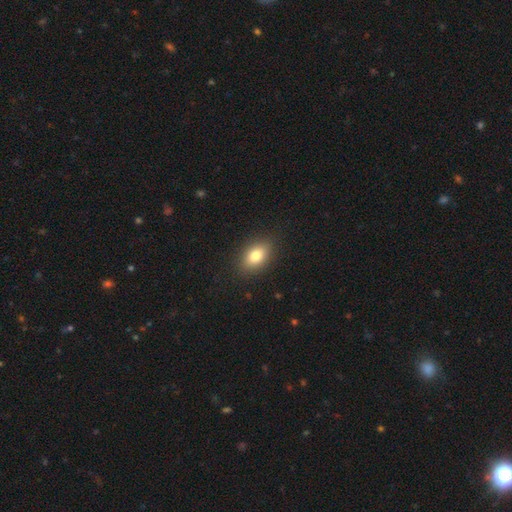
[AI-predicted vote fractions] The model was most divided on "how rounded": in between: 82%, round: 16%, cigar-shaped: 2%. More confident: merging — none (88%); smooth or featured — smooth (81%).